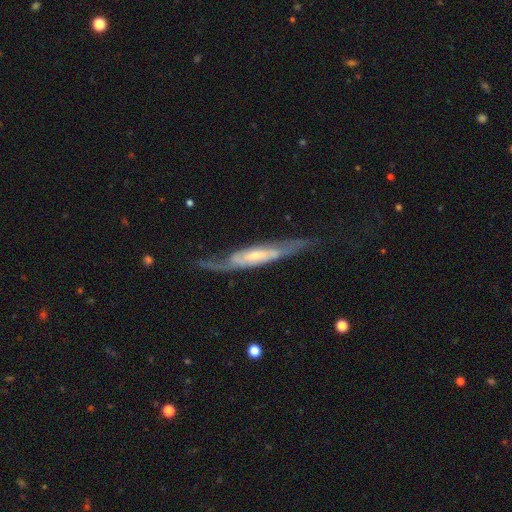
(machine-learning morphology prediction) smooth-or-featured: featured or disk: 79% | smooth: 16% | star or artifact: 5%
  disk-edge-on: no: 54% | yes: 46%
  merging: none: 63% | minor disturbance: 22% | major disturbance: 13% | merger: 2%